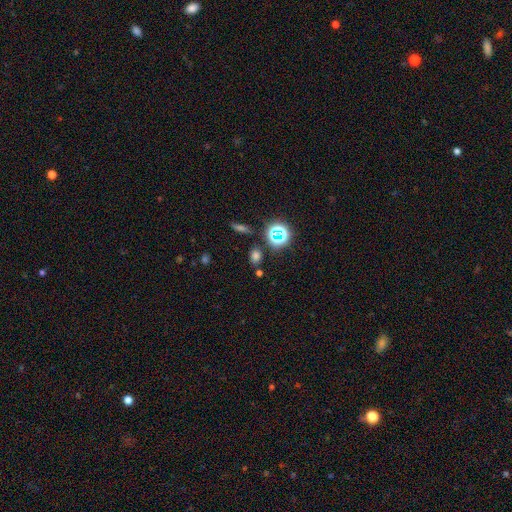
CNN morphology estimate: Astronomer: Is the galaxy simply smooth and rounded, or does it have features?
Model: smooth — 64%.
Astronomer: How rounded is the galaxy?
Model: in between — 57% (runner-up: round, 40%).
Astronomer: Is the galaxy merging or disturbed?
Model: none — 80%.